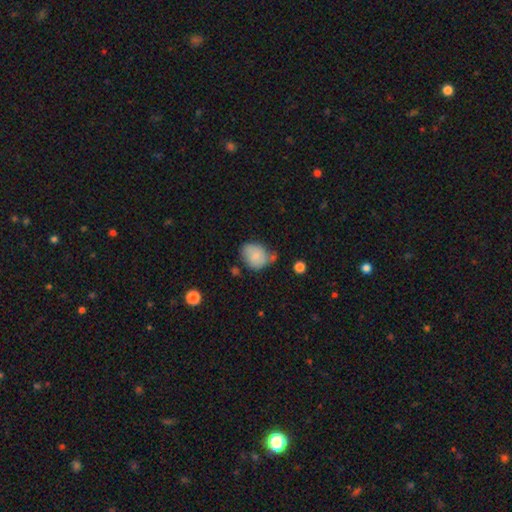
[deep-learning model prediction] Smooth or featured? smooth (79%)
How rounded? in between (50%)
Merging? none (53%)